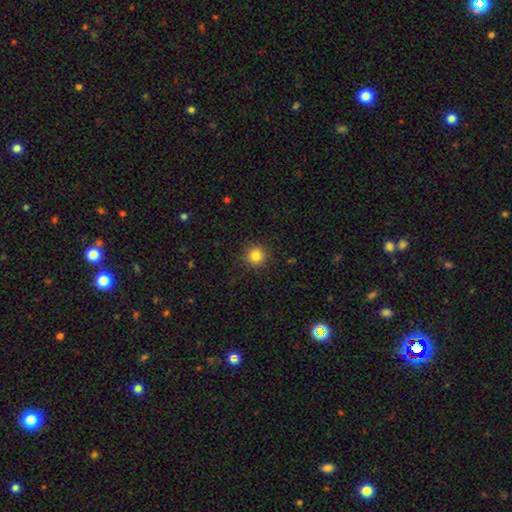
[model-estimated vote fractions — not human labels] Smooth or featured: smooth — 83% (star or artifact — 12%)
How rounded: round — 95% (in between — 4%)
Merging: none — 91% (minor disturbance — 6%)